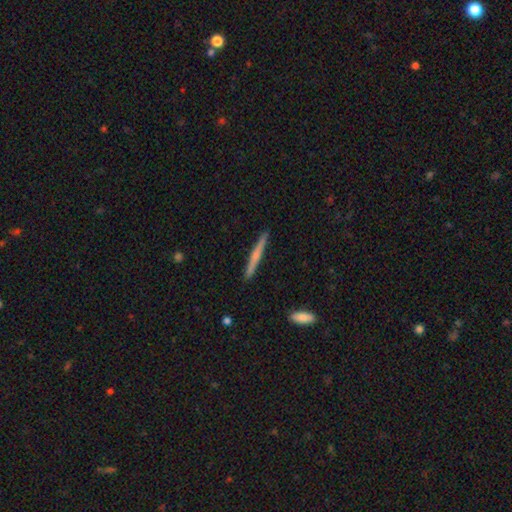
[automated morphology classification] Smooth or featured: smooth — 49% (featured or disk — 46%)
Merging: none — 91% (minor disturbance — 7%)